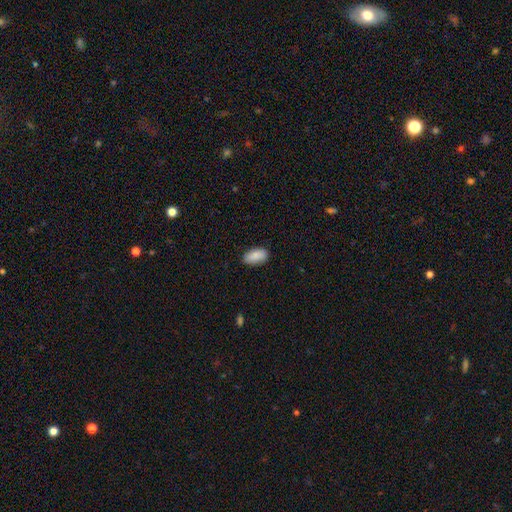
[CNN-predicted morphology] type=smooth (89%); roundness=in between (93%); merging=none (86%).